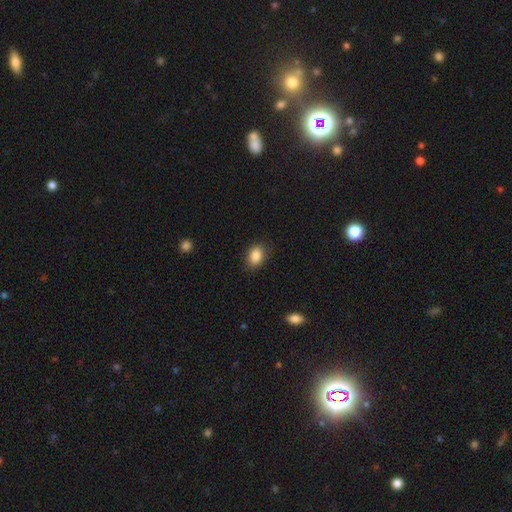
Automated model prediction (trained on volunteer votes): smooth-or-featured: smooth: 87% | star or artifact: 8% | featured or disk: 5%
  how-rounded: in between: 76% | round: 23% | cigar-shaped: 1%
  merging: none: 84% | minor disturbance: 12% | major disturbance: 3% | merger: 1%